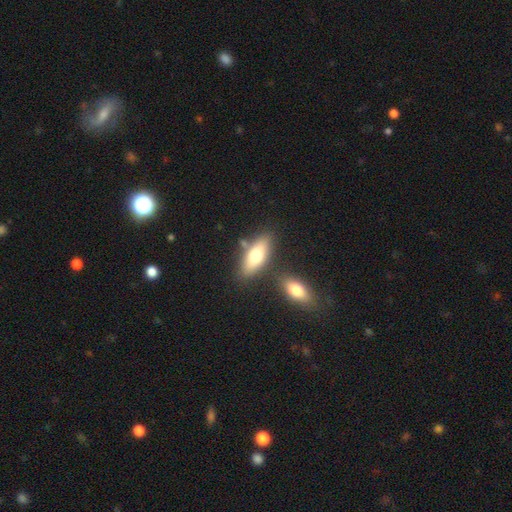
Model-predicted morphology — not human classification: Smooth or featured: smooth — 68% (featured or disk — 26%)
How rounded: in between — 72% (cigar-shaped — 25%)
Merging: none — 71% (merger — 14%)